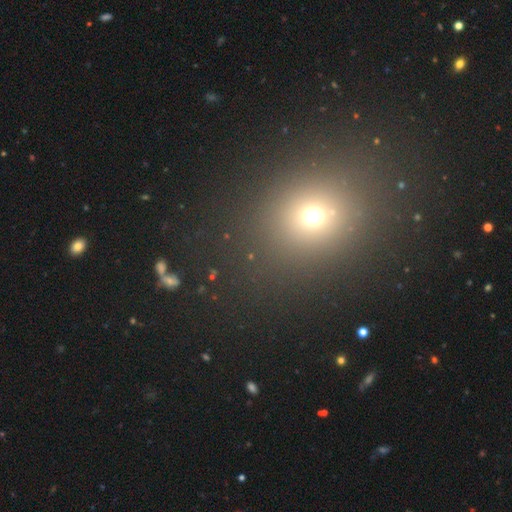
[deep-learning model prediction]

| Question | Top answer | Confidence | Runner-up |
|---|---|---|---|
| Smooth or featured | smooth | 55% | star or artifact (37%) |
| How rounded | round | 70% | in between (28%) |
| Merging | none | 89% | minor disturbance (6%) |